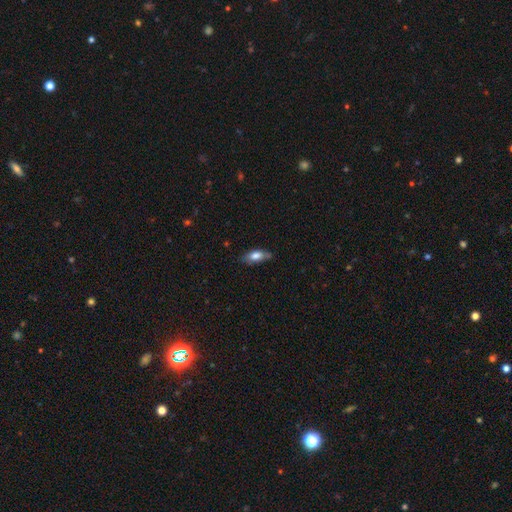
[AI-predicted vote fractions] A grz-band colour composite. It shows a smooth galaxy with no disk features (76%) that is in between round and cigar-shaped (80%). Merging: none (67%).